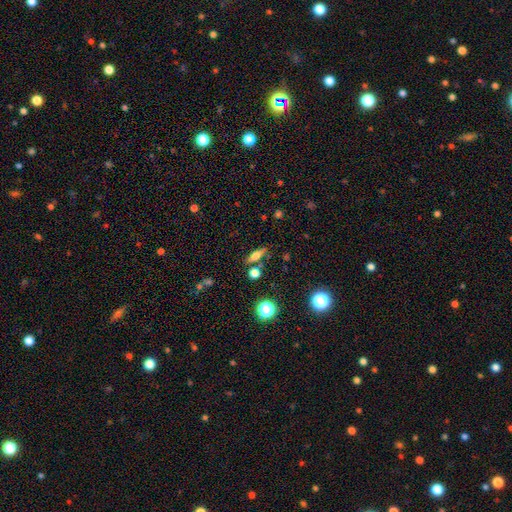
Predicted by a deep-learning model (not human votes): This is possibly a smooth galaxy (54%). How rounded: possibly in between (46%). Merging: likely none (77%).